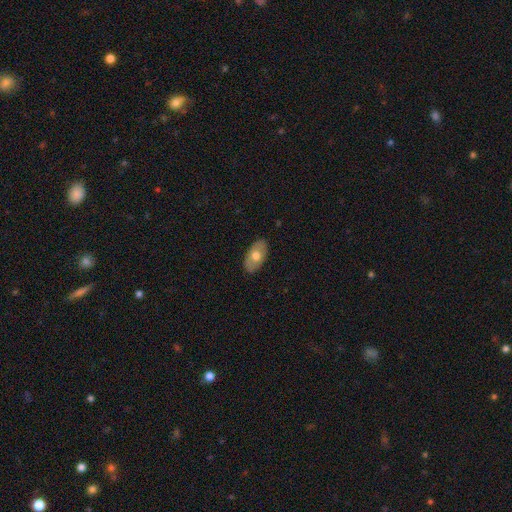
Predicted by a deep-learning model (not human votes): smooth 60%, featured or disk 35%, star or artifact 6%. Down the decision tree: how rounded — in between (93%); merging — none (86%).